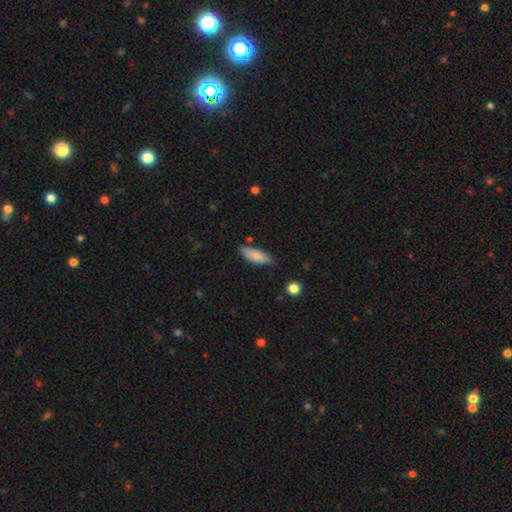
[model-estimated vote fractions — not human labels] This is clearly a smooth galaxy (82%). How rounded: likely in between (69%). Merging: likely none (74%).